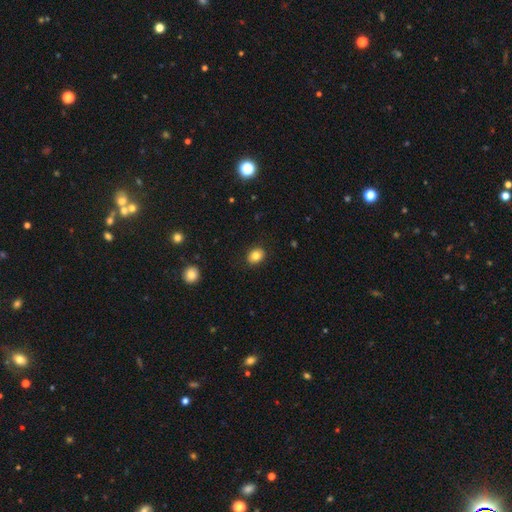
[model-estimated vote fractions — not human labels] Morphology: type=smooth (82%); roundness=in between (52%); merging=none (89%).